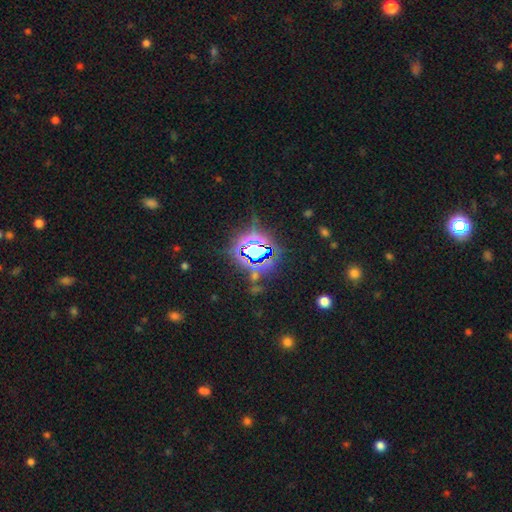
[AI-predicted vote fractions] This is likely a star or artifact rather than a galaxy (78%).